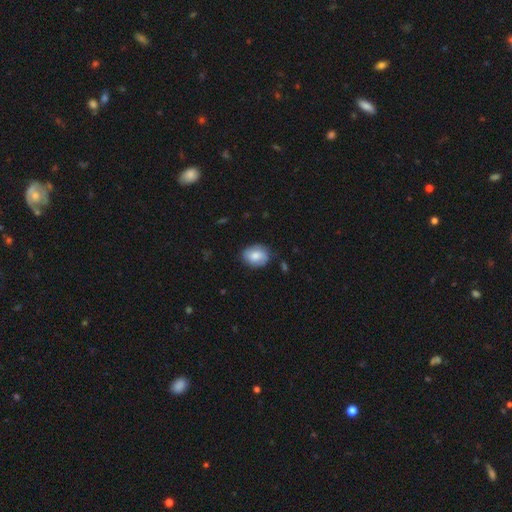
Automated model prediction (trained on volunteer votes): smooth-or-featured: smooth: 67% | featured or disk: 26% | star or artifact: 7%
  how-rounded: in between: 59% | round: 40% | cigar-shaped: 1%
  merging: none: 77% | minor disturbance: 18% | major disturbance: 4% | merger: 1%